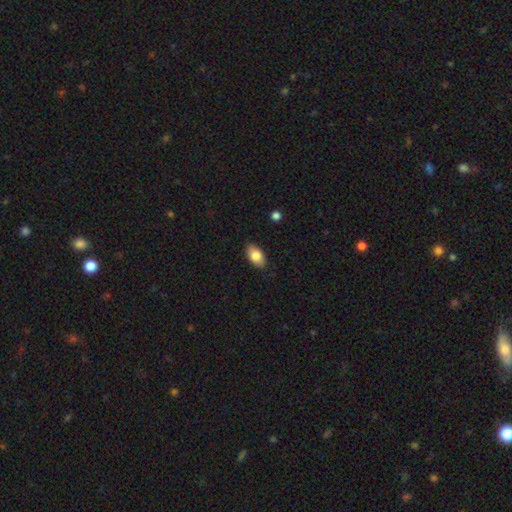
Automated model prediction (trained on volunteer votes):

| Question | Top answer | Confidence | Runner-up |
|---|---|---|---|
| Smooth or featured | smooth | 83% | featured or disk (10%) |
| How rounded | in between | 93% | round (5%) |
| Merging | none | 86% | minor disturbance (10%) |